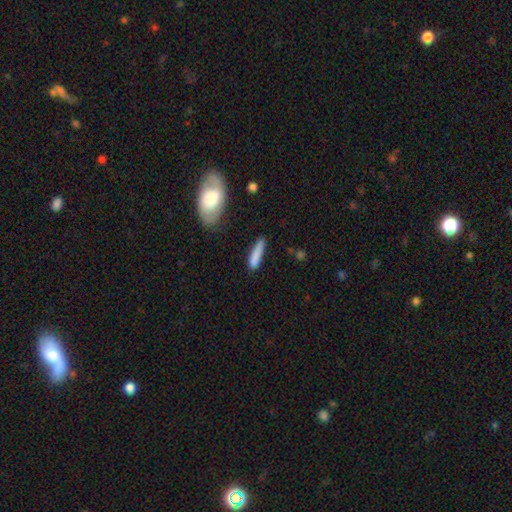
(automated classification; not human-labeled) smooth 82%, featured or disk 11%, star or artifact 6%. Down the decision tree: how rounded — cigar-shaped (82%); merging — none (72%).